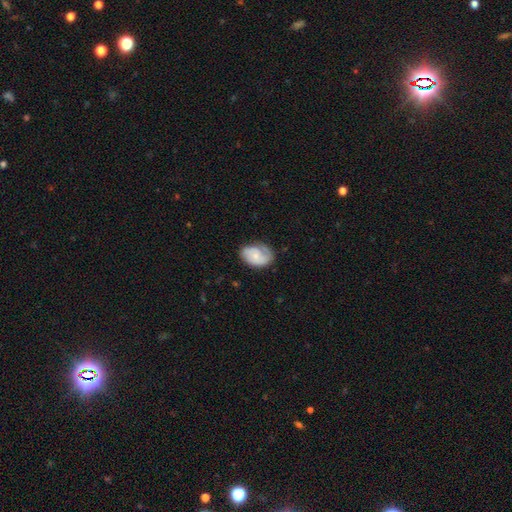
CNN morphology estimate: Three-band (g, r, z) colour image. It shows a smooth galaxy with no disk features (47%, tied with featured or disk). Merging: none (58%).